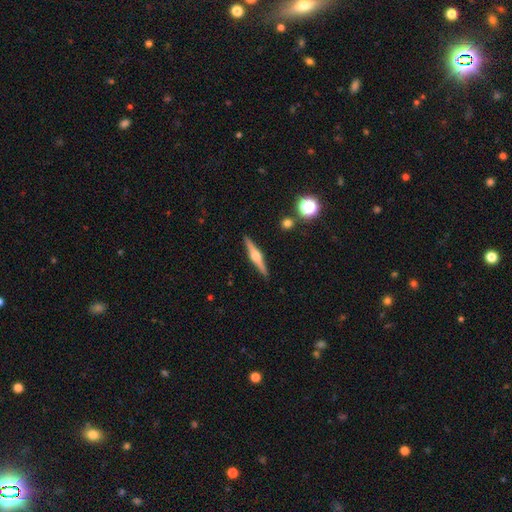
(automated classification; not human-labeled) This appears to be a featured or disk galaxy (76%) viewed edge-on (98%) with a rounded central bulge (91%). Merging: none (91%).